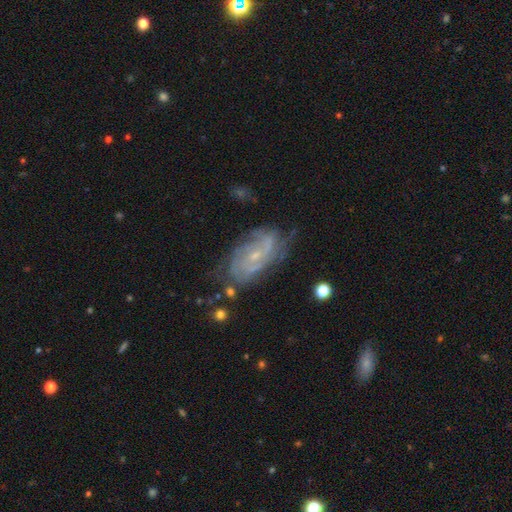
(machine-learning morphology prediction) Smooth or featured? Predicted: featured or disk (p=0.80). Edge-on disk? Predicted: no (p=0.95). Bar? Predicted: no (p=0.53). Spiral arms? Predicted: yes (p=0.92). Spiral winding? Predicted: tight (p=0.52). Spiral arm count? Predicted: 2 (p=0.38). Bulge size? Predicted: small (p=0.73). Merging? Predicted: none (p=0.66).